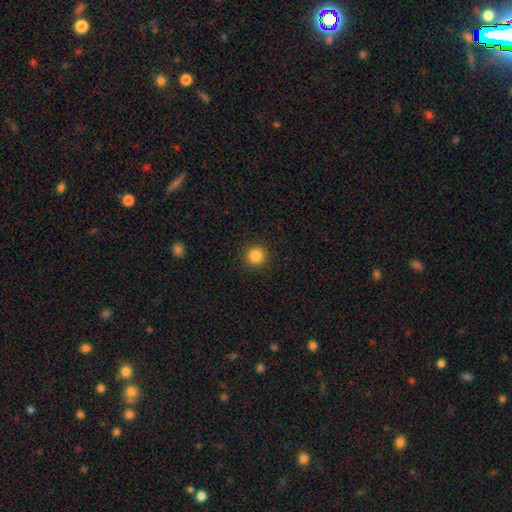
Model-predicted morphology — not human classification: Overall: smooth (85%). How rounded: round (94%). Merging: none (92%).